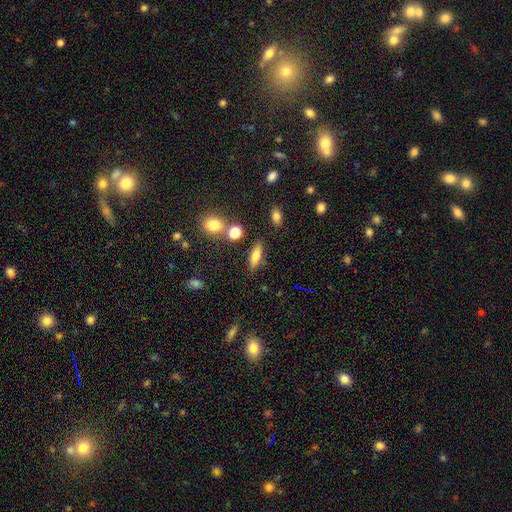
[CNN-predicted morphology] type=smooth (73%); roundness=in between (54%); merging=none (79%).